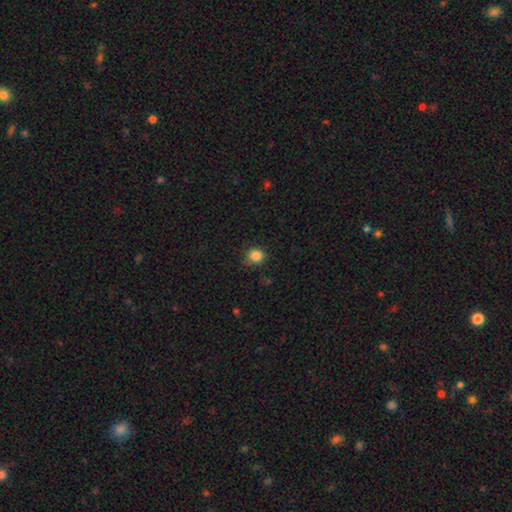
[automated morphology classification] smooth_or_featured: smooth (p=0.85) [alt: star or artifact p=0.11]
how_rounded: round (p=0.86) [alt: in between p=0.13]
merging: none (p=0.78) [alt: minor disturbance p=0.17]